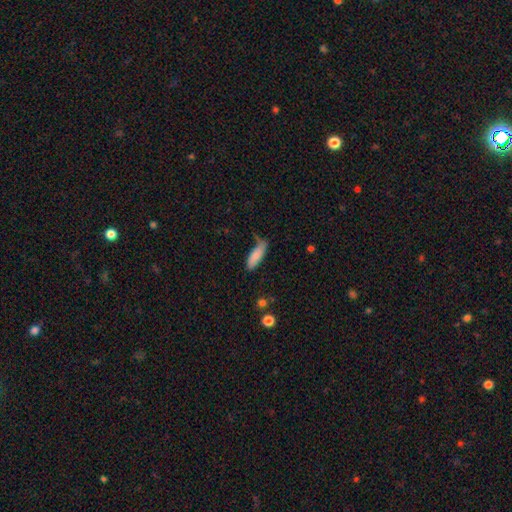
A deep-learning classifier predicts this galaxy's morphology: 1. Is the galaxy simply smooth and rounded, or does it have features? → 82% smooth, 12% featured or disk, 7% star or artifact.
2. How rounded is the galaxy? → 59% in between, 39% cigar-shaped, 2% round.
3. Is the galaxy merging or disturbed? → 51% none, 33% minor disturbance, 10% major disturbance, 5% merger.